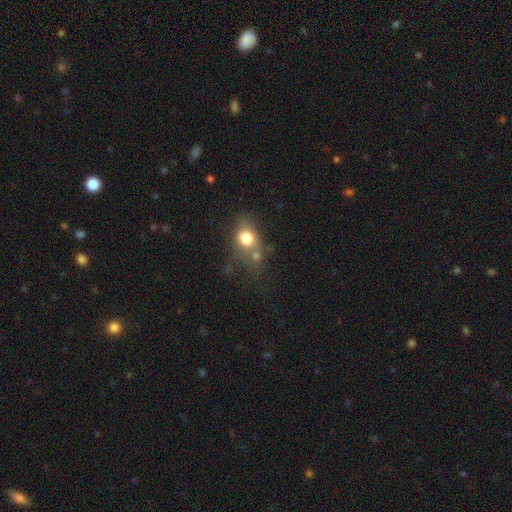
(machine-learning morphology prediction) Smooth or featured? smooth (64%)
How rounded? round (63%)
Merging? none (46%)